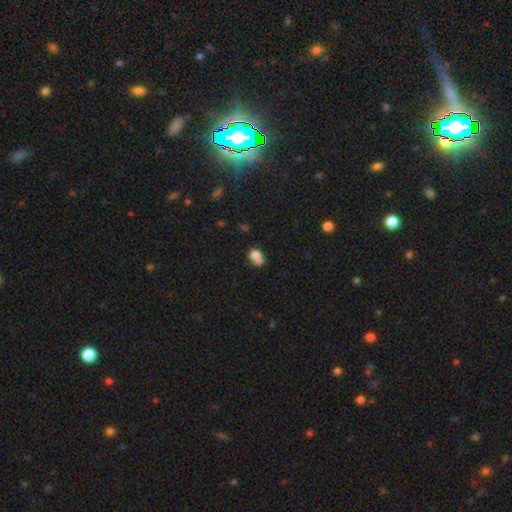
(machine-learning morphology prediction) Smooth or featured?
  - smooth: 77% *
  - featured or disk: 12%
  - star or artifact: 11%
How rounded?
  - in between: 59% *
  - round: 39%
  - cigar-shaped: 2%
Merging?
  - merger: 39% *
  - none: 33%
  - minor disturbance: 20%
  - major disturbance: 8%